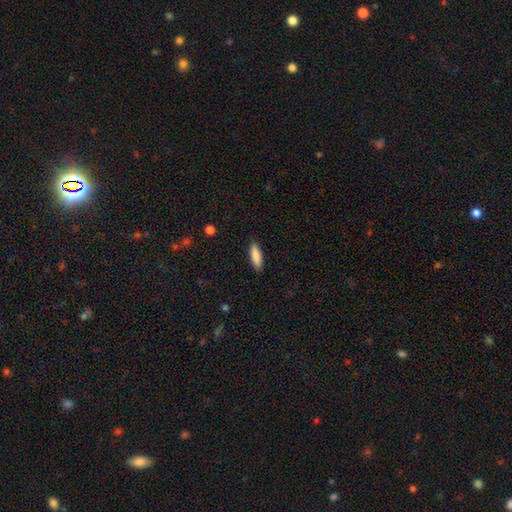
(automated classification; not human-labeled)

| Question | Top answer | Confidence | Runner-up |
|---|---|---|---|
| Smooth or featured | smooth | 87% | featured or disk (7%) |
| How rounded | cigar-shaped | 52% | in between (46%) |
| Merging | none | 89% | minor disturbance (8%) |